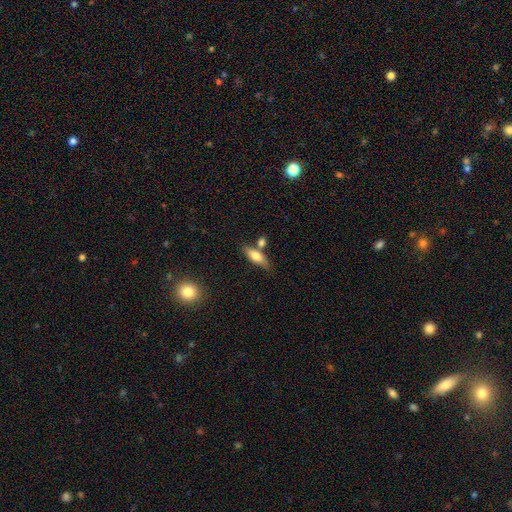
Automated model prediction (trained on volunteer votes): Smooth or featured: smooth — 73% (featured or disk — 20%)
How rounded: in between — 61% (cigar-shaped — 35%)
Merging: none — 63% (merger — 18%)